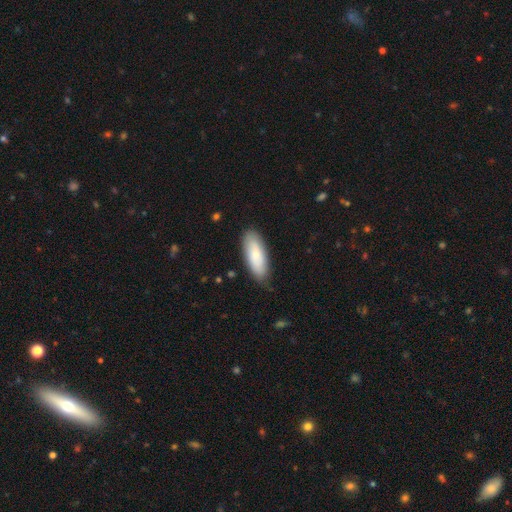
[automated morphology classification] Smooth or featured? smooth (76%)
How rounded? in between (74%)
Merging? none (78%)